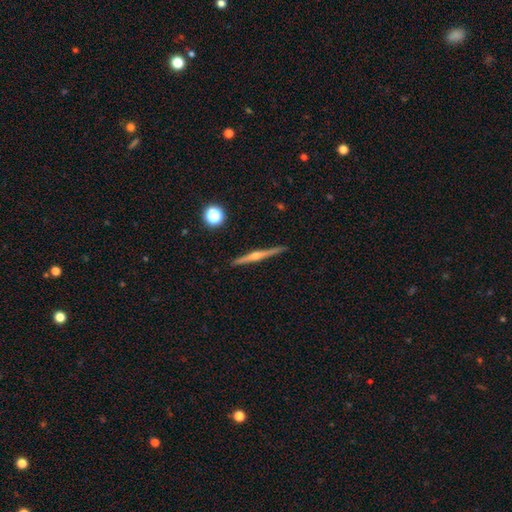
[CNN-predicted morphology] Q: Smooth or featured?
A: featured or disk (80%); runner-up: smooth (14%)
Q: Edge-on disk?
A: yes (98%); runner-up: no (2%)
Q: Edge-on bulge?
A: rounded (89%); runner-up: none (7%)
Q: Merging?
A: none (92%); runner-up: minor disturbance (5%)